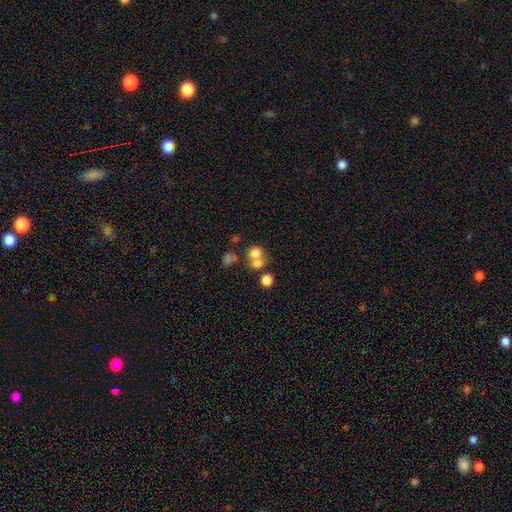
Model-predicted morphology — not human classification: Q: Smooth or featured?
A: smooth (72%); runner-up: featured or disk (15%)
Q: How rounded?
A: round (75%); runner-up: in between (24%)
Q: Merging?
A: merger (48%); runner-up: none (39%)